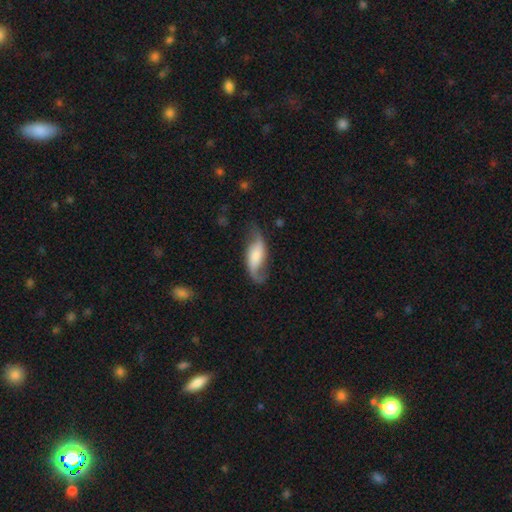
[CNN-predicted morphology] Smooth or featured? featured or disk (76%)
Edge-on disk? no (92%)
Bar? no (45%)
Spiral arms? yes (95%)
Spiral winding? loose (79%)
Spiral arm count? 2 (90%)
Bulge size? large (26%)
Merging? none (68%)